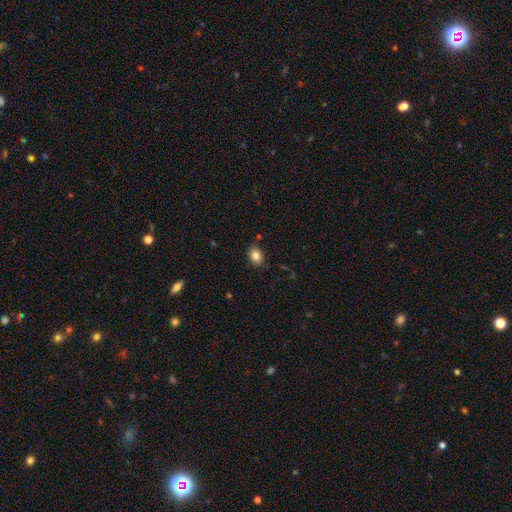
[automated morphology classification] smooth 83%, star or artifact 10%, featured or disk 7%. Down the decision tree: how rounded — in between (68%); merging — none (83%).